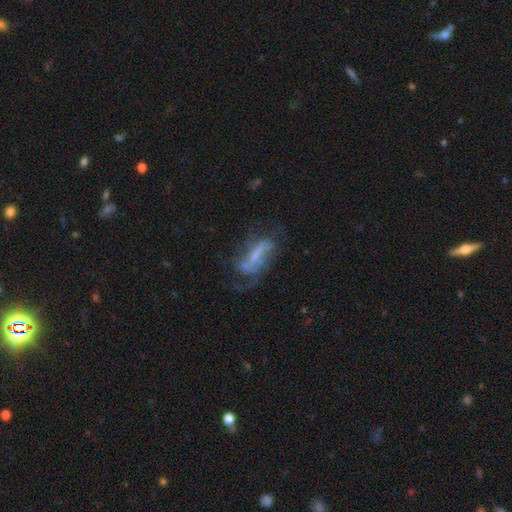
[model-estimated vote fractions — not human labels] smooth_or_featured: featured or disk (p=0.63) [alt: smooth p=0.25]
disk_edge_on: no (p=0.85) [alt: yes p=0.15]
bar: strong (p=0.36) [alt: no p=0.32]
has_spiral_arms: yes (p=0.65) [alt: no p=0.35]
bulge_size: none (p=0.47) [alt: small p=0.28]
merging: none (p=0.39) [alt: major disturbance p=0.33]